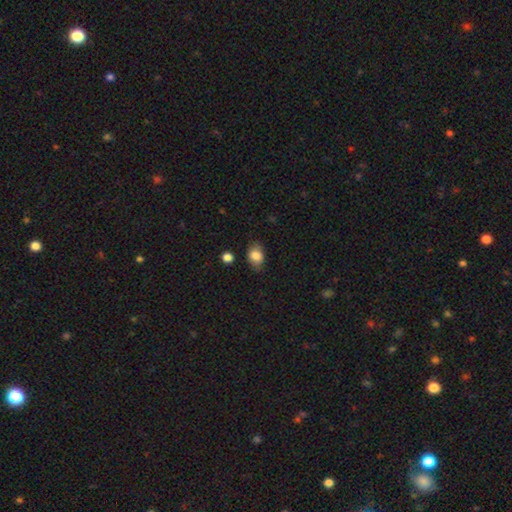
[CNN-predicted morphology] type=smooth (83%); roundness=in between (69%); merging=none (76%).